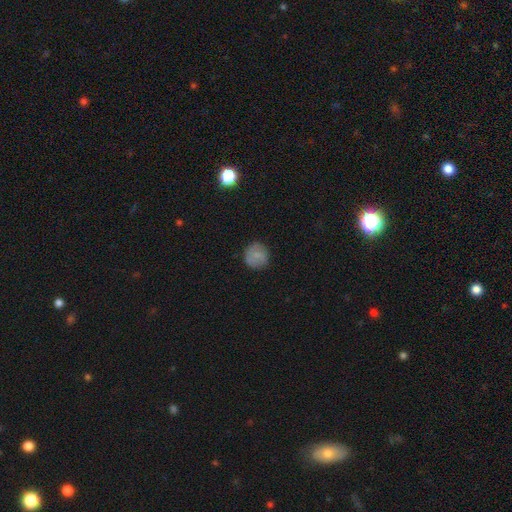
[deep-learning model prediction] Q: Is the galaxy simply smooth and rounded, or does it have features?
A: smooth — 78%.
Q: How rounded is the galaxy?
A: round — 92%.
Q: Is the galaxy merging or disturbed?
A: none — 84%.